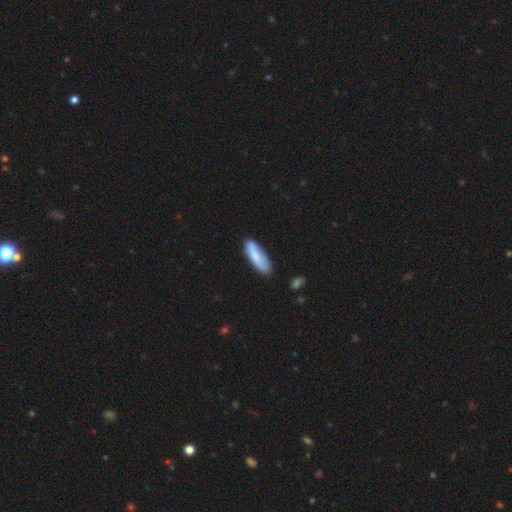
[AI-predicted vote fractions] Overall: smooth (78%). How rounded: in between (50%; cigar-shaped 49%). Merging: none (73%).